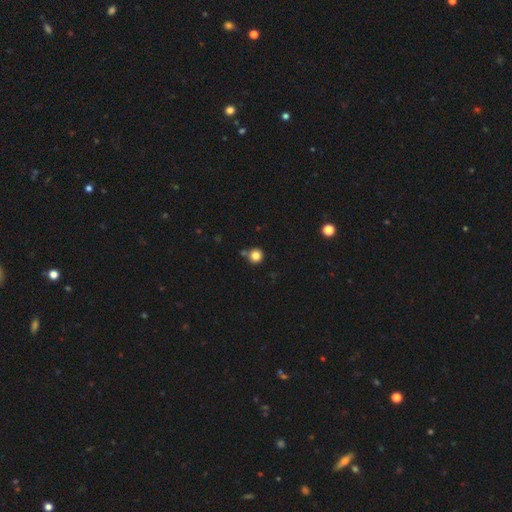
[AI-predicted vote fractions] Smooth or featured?
  - smooth: 83% *
  - star or artifact: 12%
  - featured or disk: 5%
How rounded?
  - round: 94% *
  - in between: 5%
  - cigar-shaped: 1%
Merging?
  - none: 77% *
  - minor disturbance: 10%
  - merger: 10%
  - major disturbance: 3%